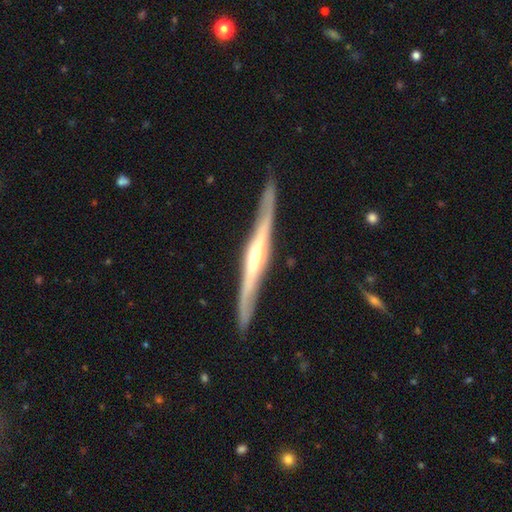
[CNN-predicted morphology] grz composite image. It shows a featured or disk galaxy (83%) viewed edge-on (95%) with a rounded central bulge (73%). Merging: none (85%).